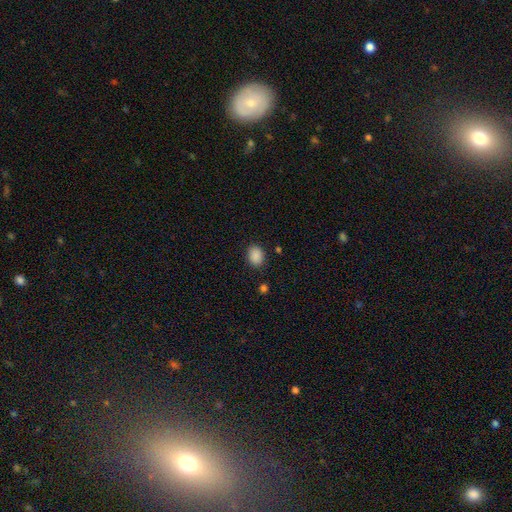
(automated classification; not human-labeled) smooth-or-featured: smooth: 89% | star or artifact: 8% | featured or disk: 3%
  how-rounded: in between: 69% | round: 30% | cigar-shaped: 1%
  merging: none: 86% | minor disturbance: 10% | major disturbance: 3% | merger: 2%